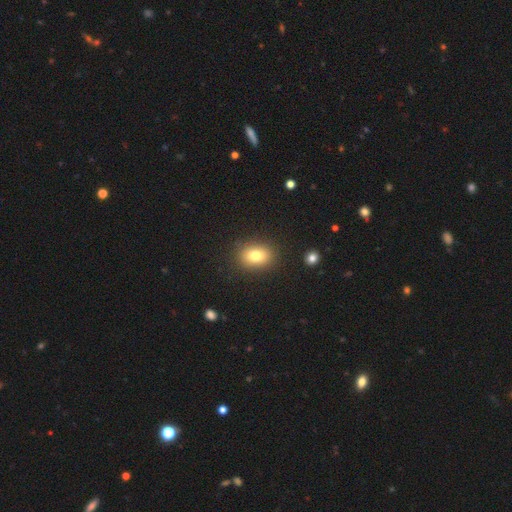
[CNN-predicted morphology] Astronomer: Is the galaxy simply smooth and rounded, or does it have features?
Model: smooth — 79%.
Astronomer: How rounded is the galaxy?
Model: in between — 63%.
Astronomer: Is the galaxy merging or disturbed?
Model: none — 88%.